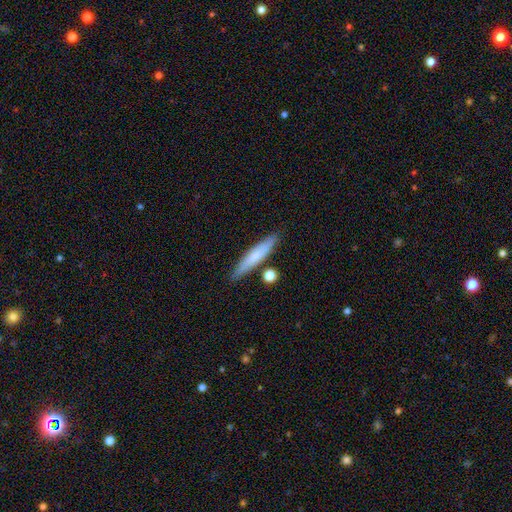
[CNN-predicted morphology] The model was most divided on "smooth or featured": smooth: 68%, featured or disk: 26%, star or artifact: 6%. More confident: how rounded — cigar-shaped (89%); merging — none (81%).